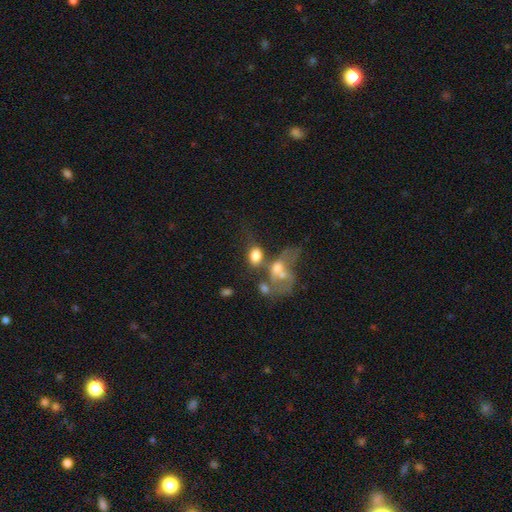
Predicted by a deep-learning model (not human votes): Q: Smooth or featured?
A: smooth (68%); runner-up: featured or disk (20%)
Q: How rounded?
A: in between (76%); runner-up: round (22%)
Q: Merging?
A: merger (42%); runner-up: none (27%)